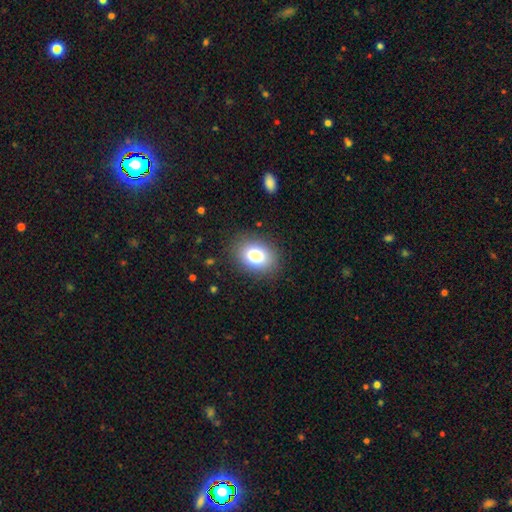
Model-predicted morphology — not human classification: Smooth or featured? smooth (82%)
How rounded? in between (72%)
Merging? none (86%)